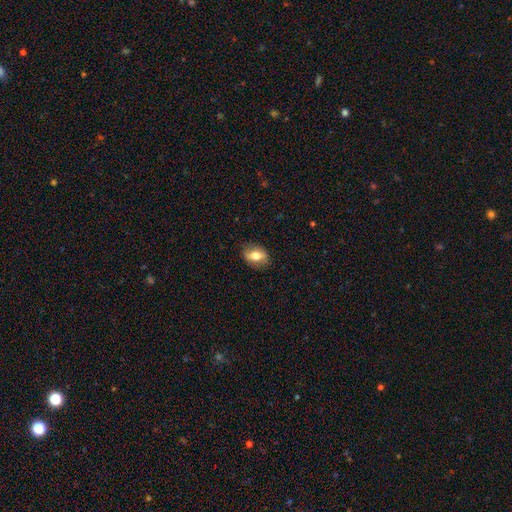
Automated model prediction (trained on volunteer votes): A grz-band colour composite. It shows a smooth galaxy with no disk features (56%) that is in between round and cigar-shaped (75%). Merging: none (82%).